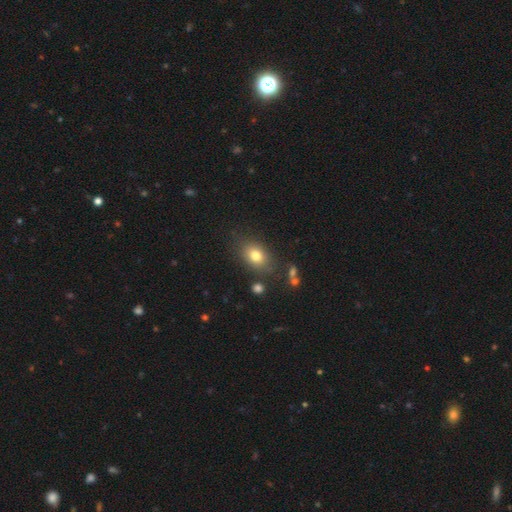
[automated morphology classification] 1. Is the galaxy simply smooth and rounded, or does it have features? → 78% smooth, 11% featured or disk, 11% star or artifact.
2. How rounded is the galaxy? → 72% in between, 26% round, 2% cigar-shaped.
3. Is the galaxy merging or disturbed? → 79% none, 13% minor disturbance, 4% major disturbance, 4% merger.